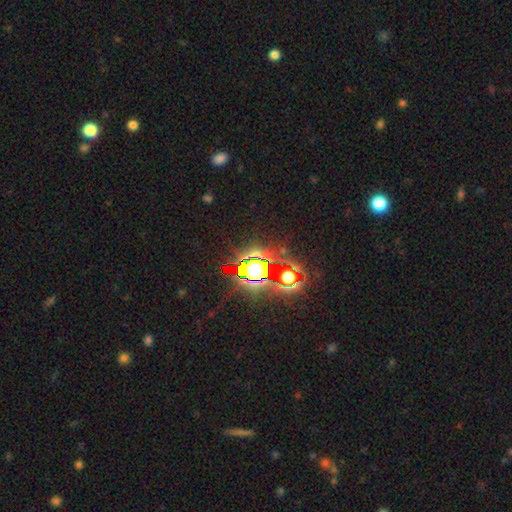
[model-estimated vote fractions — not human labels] A star or artifact, not a galaxy (74%).

Vote fractions:
- Smooth or featured? star or artifact: 74% / smooth: 15% / featured or disk: 10%